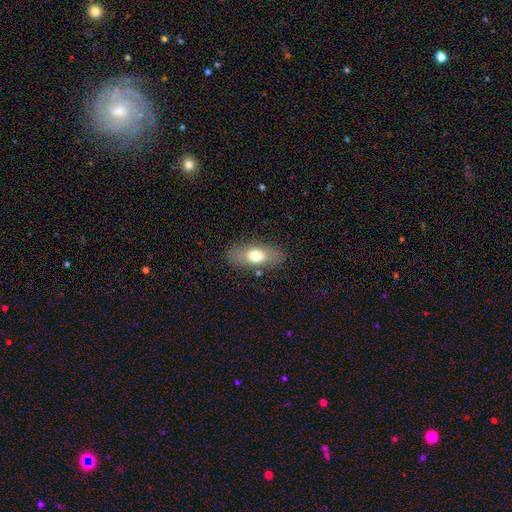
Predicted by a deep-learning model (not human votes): Smooth or featured? Predicted: smooth (p=0.69). How rounded? Predicted: in between (p=0.80). Merging? Predicted: none (p=0.84).